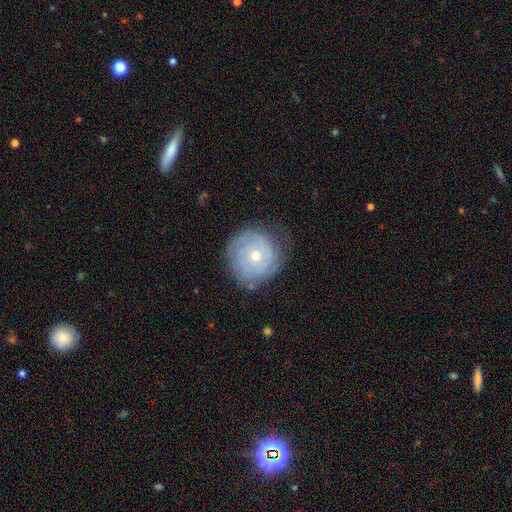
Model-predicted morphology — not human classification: A featured or disk galaxy (74%) with no bar (82%), tight (80%) spiral arms (89%) and a small central bulge (53%). Merging: none (76%).